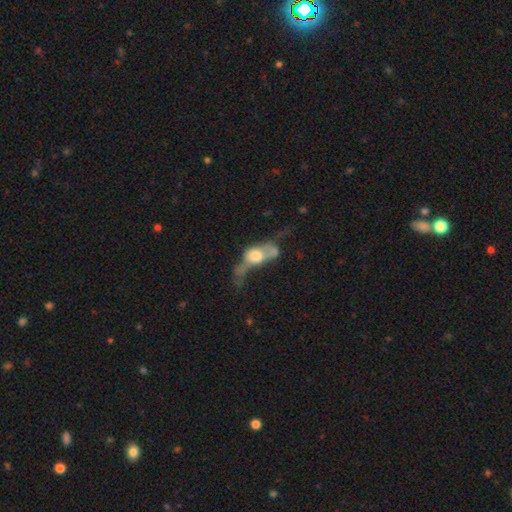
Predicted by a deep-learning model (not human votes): A smooth galaxy with no disk features (46%).

Vote fractions:
- Smooth or featured? smooth: 46% / featured or disk: 44% / star or artifact: 10%
- Merging? major disturbance: 39% / merger: 32% / none: 16% / minor disturbance: 13%